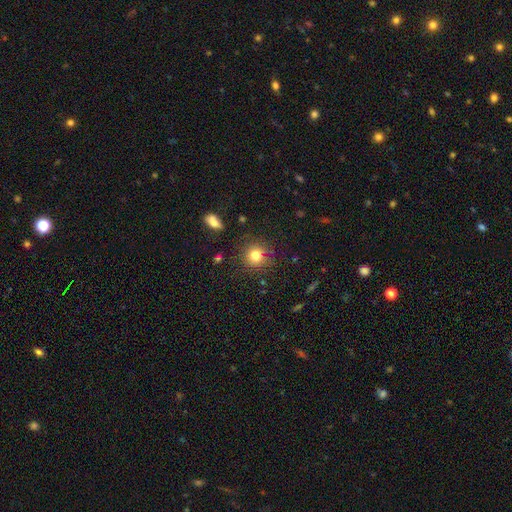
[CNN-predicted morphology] Overall: smooth (80%). How rounded: round (91%). Merging: none (85%).